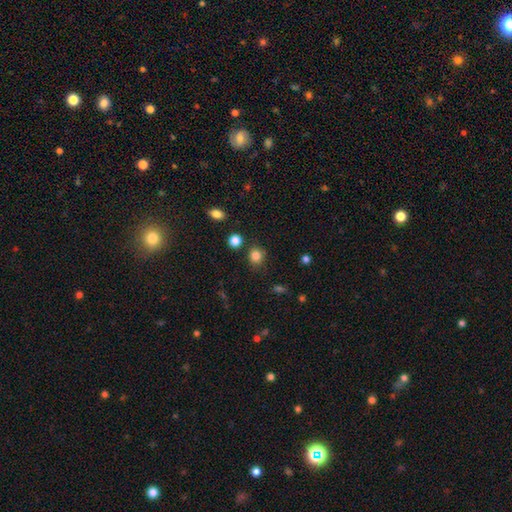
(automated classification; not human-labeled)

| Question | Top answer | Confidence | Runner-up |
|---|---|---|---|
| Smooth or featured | smooth | 84% | star or artifact (12%) |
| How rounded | round | 81% | in between (19%) |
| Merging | none | 82% | minor disturbance (10%) |